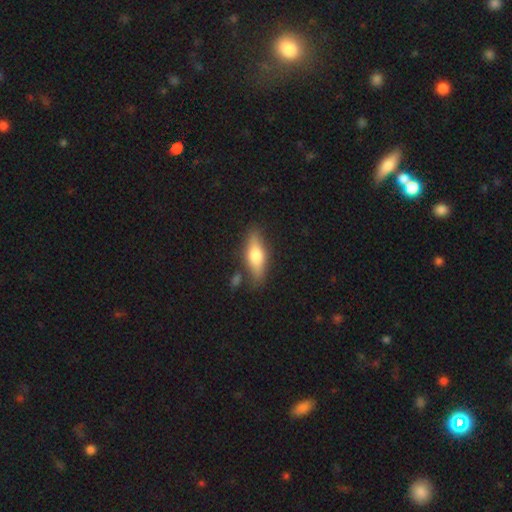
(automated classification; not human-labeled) The model was most divided on "how rounded": in between: 55%, cigar-shaped: 41%, round: 4%. More confident: merging — none (77%); smooth or featured — smooth (59%).